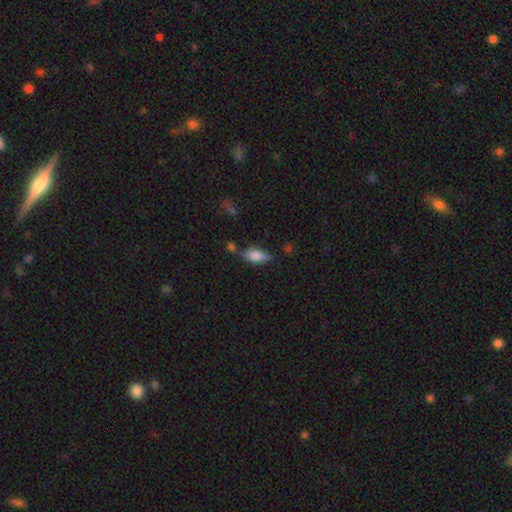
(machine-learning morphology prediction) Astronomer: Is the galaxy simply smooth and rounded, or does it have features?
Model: smooth — 75%.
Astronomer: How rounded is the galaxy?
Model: in between — 78%.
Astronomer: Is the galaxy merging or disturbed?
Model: none — 61%.